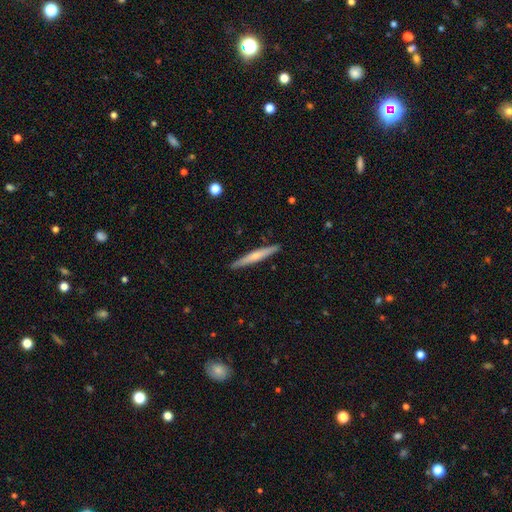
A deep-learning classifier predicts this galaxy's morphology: smooth 50%, featured or disk 45%, star or artifact 6%. Down the decision tree: merging — none (91%).